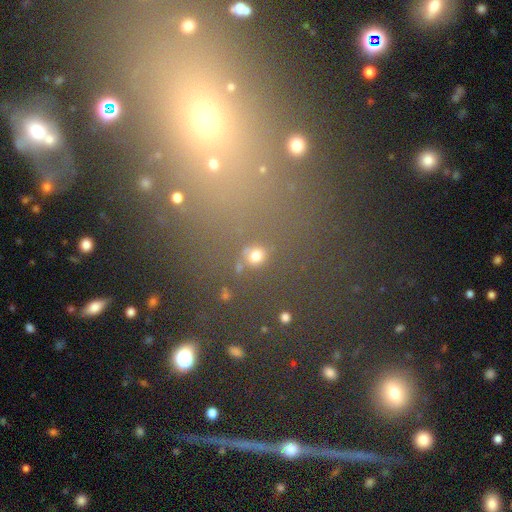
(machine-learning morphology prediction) smooth-or-featured: smooth: 67% | star or artifact: 24% | featured or disk: 9%
  how-rounded: round: 70% | in between: 27% | cigar-shaped: 3%
  merging: none: 69% | merger: 12% | minor disturbance: 12% | major disturbance: 7%